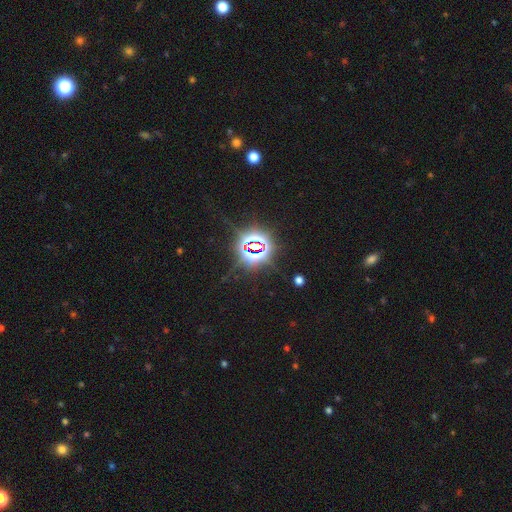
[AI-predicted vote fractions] star or artifact 82%, smooth 10%, featured or disk 8%.